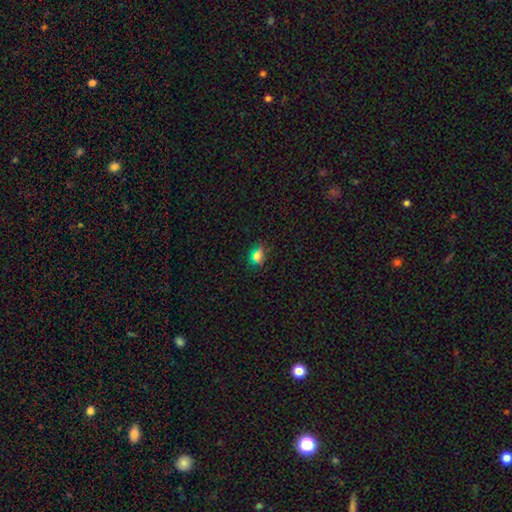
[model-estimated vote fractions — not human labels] A smooth galaxy with no disk features (62%) that is round (56%). Merging: none (83%).